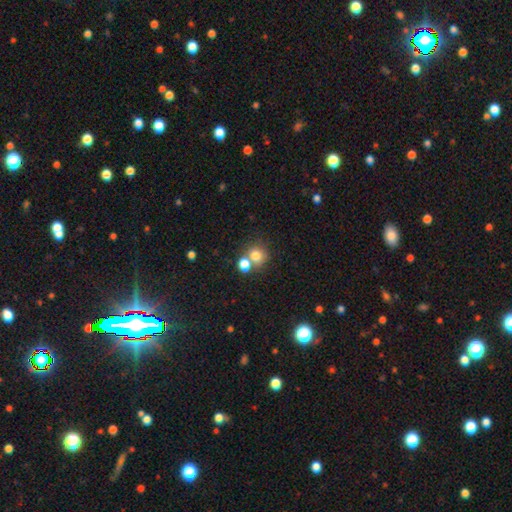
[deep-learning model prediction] Smooth or featured? smooth (76%)
How rounded? round (83%)
Merging? none (55%)